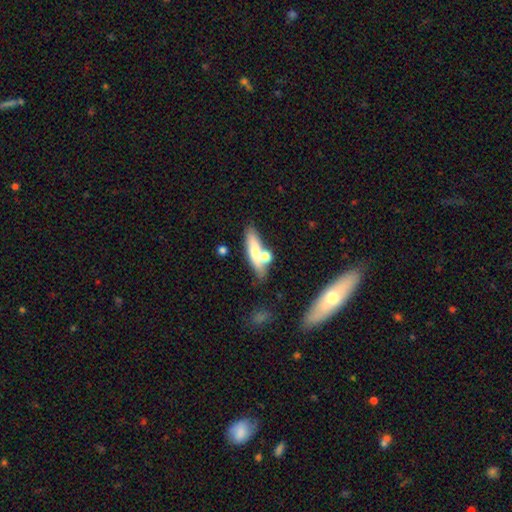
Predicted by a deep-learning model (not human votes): This is likely a smooth galaxy (62%). How rounded: possibly cigar-shaped (58%). Merging: possibly none (57%).